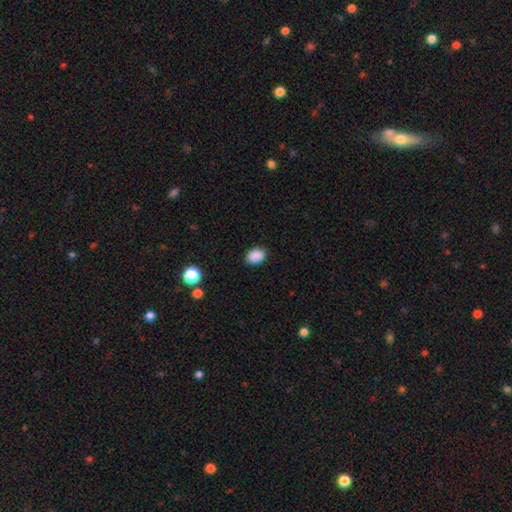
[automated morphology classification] Smooth or featured? Predicted: smooth (p=0.88). How rounded? Predicted: in between (p=0.69). Merging? Predicted: none (p=0.86).